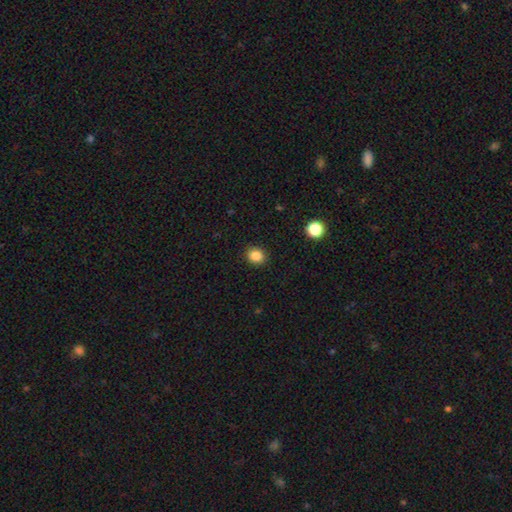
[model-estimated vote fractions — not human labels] A smooth galaxy with no disk features (85%) that is round (71%).

Vote fractions:
- Smooth or featured? smooth: 85% / star or artifact: 11% / featured or disk: 4%
- How rounded? round: 71% / in between: 28% / cigar-shaped: 1%
- Merging? none: 91% / minor disturbance: 6% / major disturbance: 2% / merger: 1%